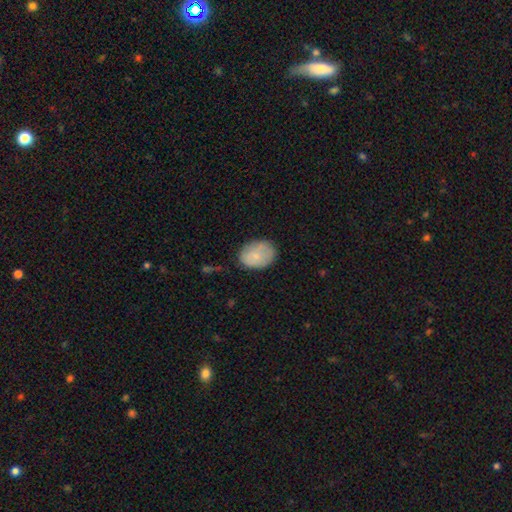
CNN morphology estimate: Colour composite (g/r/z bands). It shows a smooth galaxy with no disk features (78%) that is in between round and cigar-shaped (73%). Merging: none (73%).